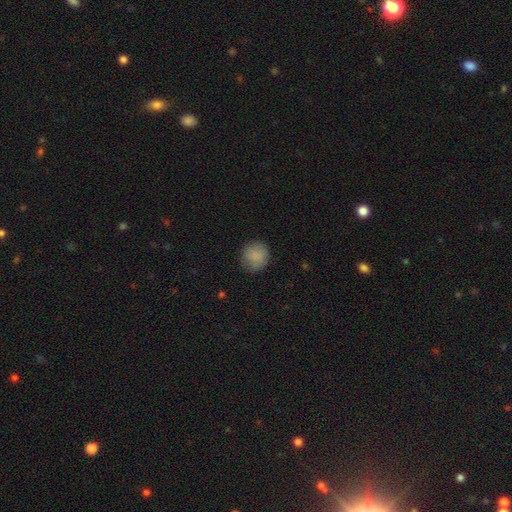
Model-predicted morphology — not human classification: This appears to be a smooth galaxy with no disk features (87%) that is round (89%). Merging: none (83%).